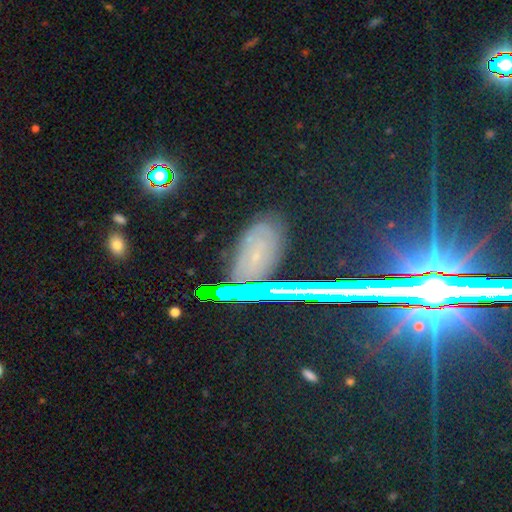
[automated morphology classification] smooth-or-featured: star or artifact: 42% | featured or disk: 33% | smooth: 25%